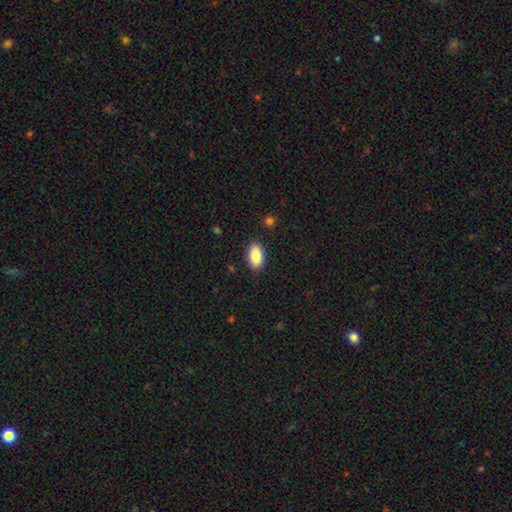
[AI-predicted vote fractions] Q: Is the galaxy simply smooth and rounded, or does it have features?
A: smooth — 86%.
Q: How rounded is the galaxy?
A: in between — 93%.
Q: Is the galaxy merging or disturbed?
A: none — 87%.